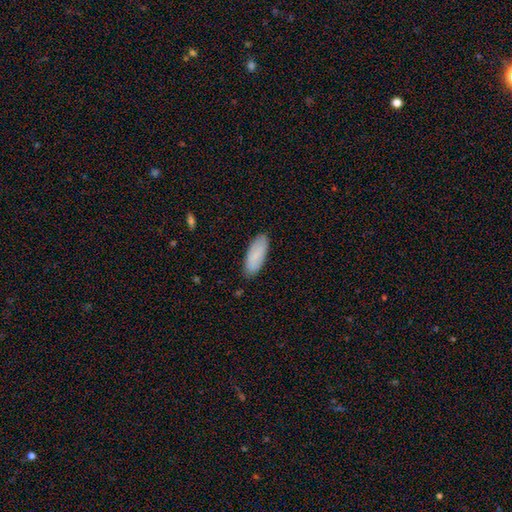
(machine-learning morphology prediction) Smooth or featured: smooth — 81% (featured or disk — 13%)
How rounded: in between — 75% (cigar-shaped — 23%)
Merging: none — 85% (minor disturbance — 12%)